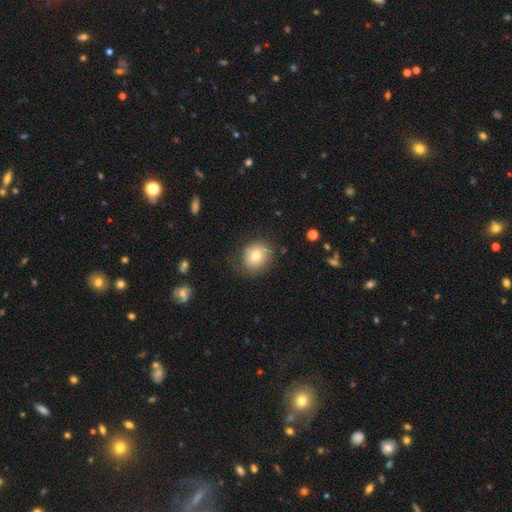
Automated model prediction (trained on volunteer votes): smooth_or_featured: smooth (p=0.77) [alt: featured or disk p=0.13]
how_rounded: round (p=0.67) [alt: in between p=0.32]
merging: none (p=0.79) [alt: minor disturbance p=0.15]